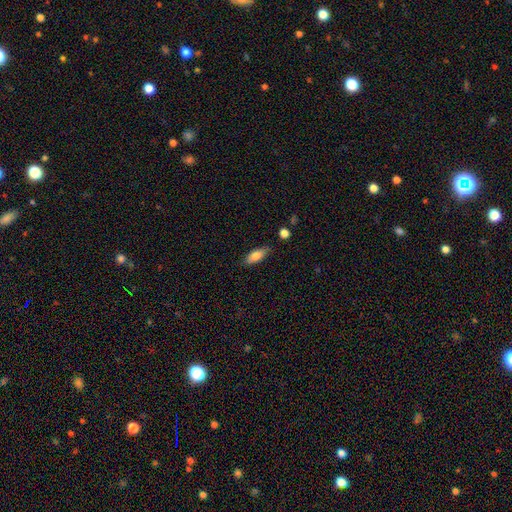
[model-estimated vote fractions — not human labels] This is likely a smooth galaxy (76%). How rounded: likely in between (72%). Merging: clearly none (83%).